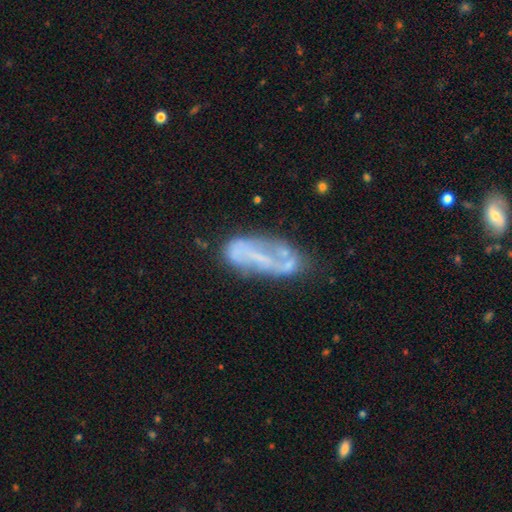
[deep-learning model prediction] smooth_or_featured: featured or disk (p=0.64) [alt: smooth p=0.27]
disk_edge_on: no (p=0.90) [alt: yes p=0.10]
bar: no (p=0.52) [alt: weak p=0.26]
has_spiral_arms: no (p=0.59) [alt: yes p=0.41]
bulge_size: none (p=0.60) [alt: small p=0.26]
merging: none (p=0.50) [alt: minor disturbance p=0.24]